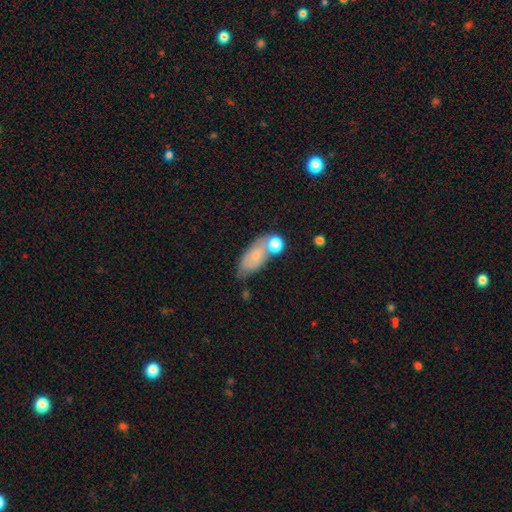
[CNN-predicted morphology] Overall: smooth (71%). How rounded: in between (84%). Merging: none (48%; minor disturbance 22%).